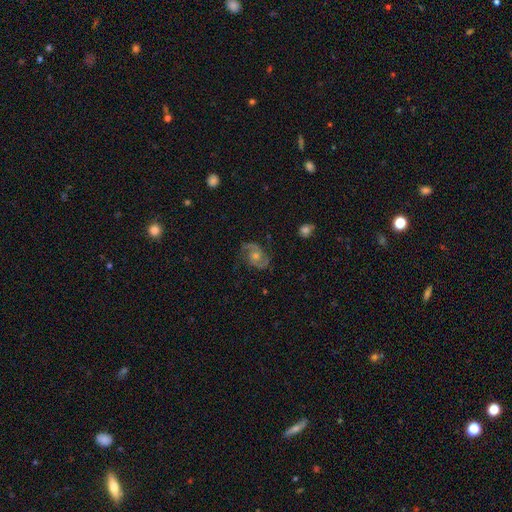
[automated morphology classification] A featured or disk galaxy (87%) with no bar (64%), 2 (92%) medium (56%) spiral arms (97%) and a moderate central bulge (54%).

Vote fractions:
- Smooth or featured? featured or disk: 87% / star or artifact: 8% / smooth: 6%
- Edge-on disk? no: 98% / yes: 2%
- Bar? no: 64% / weak: 30% / strong: 6%
- Spiral arms? yes: 97% / no: 3%
- Spiral winding? medium: 56% / tight: 29% / loose: 14%
- Spiral arm count? 2: 92% / can't tell: 3% / 3: 2% / 1: 1% / 4: 1% / more than 4: 1%
- Bulge size? moderate: 54% / small: 38% / large: 4% / none: 3% / dominant: 1%
- Merging? none: 81% / minor disturbance: 13% / major disturbance: 5% / merger: 1%